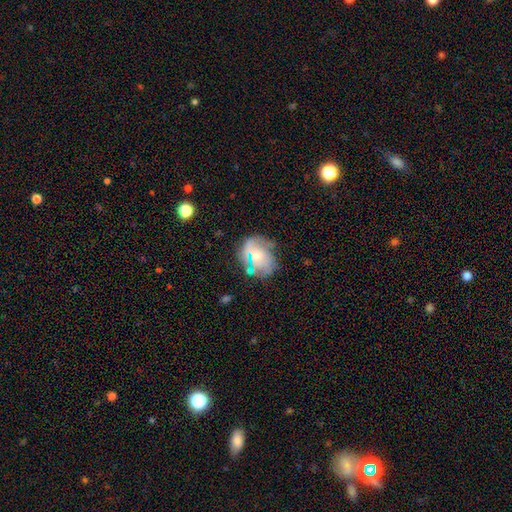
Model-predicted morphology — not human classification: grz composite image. It shows a smooth galaxy with no disk features (47%). Merging: none (55%).